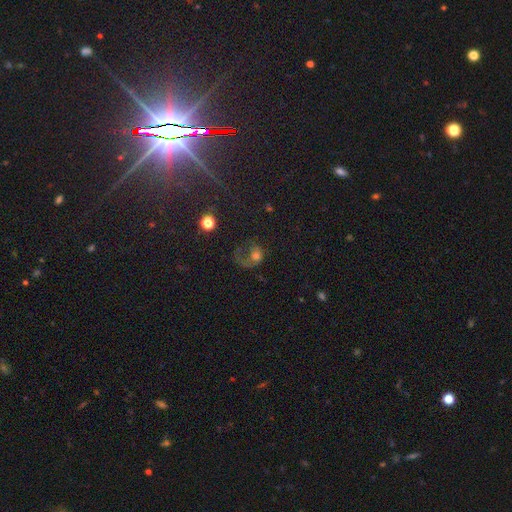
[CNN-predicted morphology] Smooth or featured?
  - smooth: 46% *
  - featured or disk: 35%
  - star or artifact: 19%
Merging?
  - major disturbance: 56% *
  - none: 24%
  - minor disturbance: 14%
  - merger: 6%